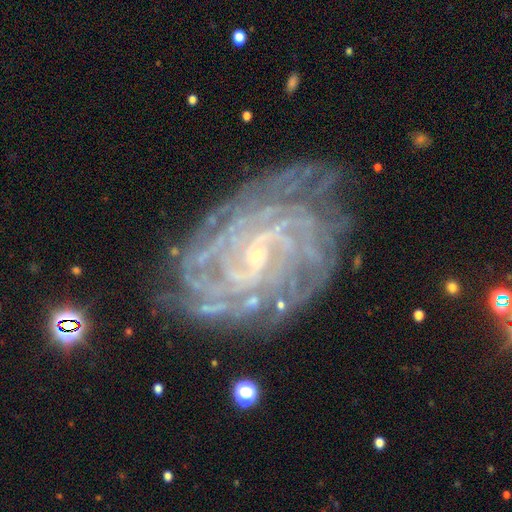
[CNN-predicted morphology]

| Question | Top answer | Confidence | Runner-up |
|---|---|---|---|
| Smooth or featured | featured or disk | 90% | star or artifact (6%) |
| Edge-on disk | no | 97% | yes (3%) |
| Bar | weak | 44% | no (38%) |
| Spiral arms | yes | 98% | no (2%) |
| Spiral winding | tight | 80% | medium (17%) |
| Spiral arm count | can't tell | 25% | more than 4 (23%) |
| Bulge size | small | 83% | moderate (12%) |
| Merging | none | 75% | minor disturbance (17%) |